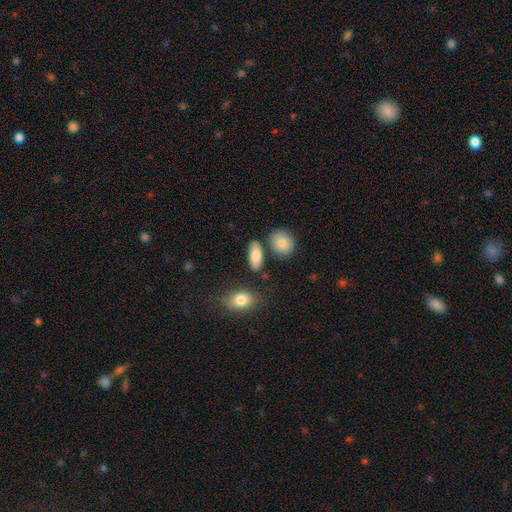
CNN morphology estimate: The model was most divided on "how rounded": in between: 72%, cigar-shaped: 21%, round: 7%. More confident: smooth or featured — smooth (83%); merging — none (79%).